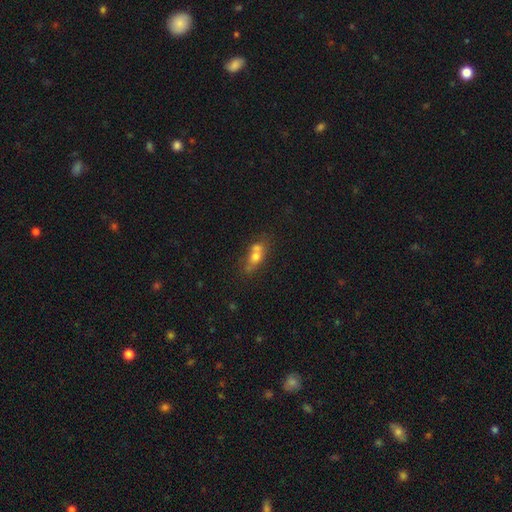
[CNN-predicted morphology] Smooth or featured? smooth (60%)
How rounded? in between (57%)
Merging? merger (44%)